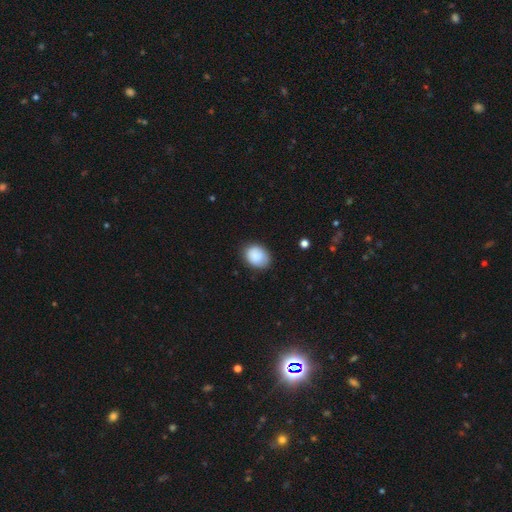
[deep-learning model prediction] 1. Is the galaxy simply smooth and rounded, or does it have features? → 88% smooth, 7% star or artifact, 5% featured or disk.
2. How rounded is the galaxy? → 61% in between, 38% round, 1% cigar-shaped.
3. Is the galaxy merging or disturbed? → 78% none, 18% minor disturbance, 3% major disturbance, 1% merger.